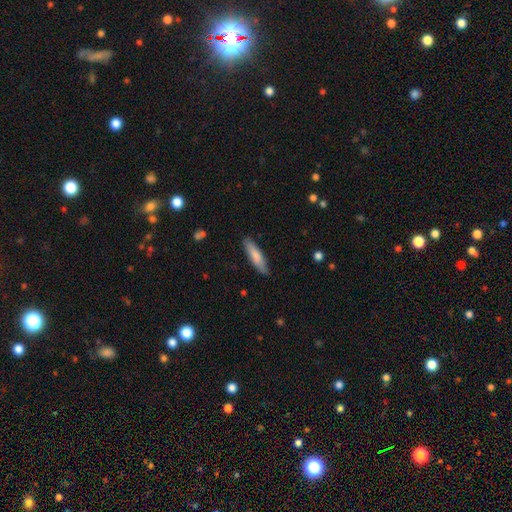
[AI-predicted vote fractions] This appears to be a smooth galaxy with no disk features (79%) that is cigar-shaped (75%). Merging: none (84%).